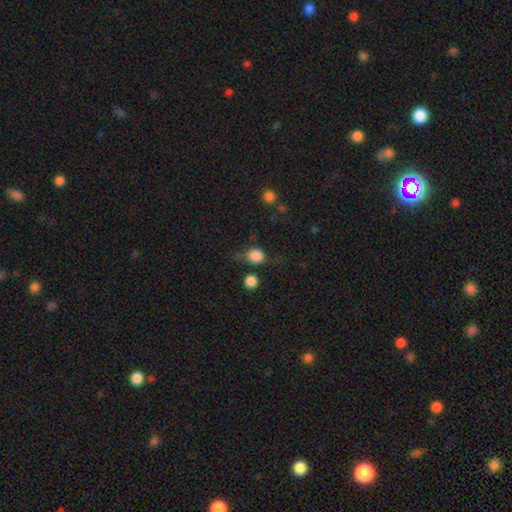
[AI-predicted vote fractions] Q: Smooth or featured?
A: smooth (79%); runner-up: star or artifact (11%)
Q: How rounded?
A: round (78%); runner-up: in between (21%)
Q: Merging?
A: none (62%); runner-up: minor disturbance (21%)